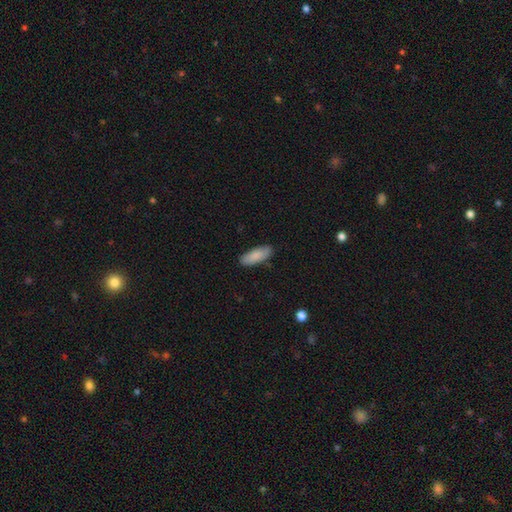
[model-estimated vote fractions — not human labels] Smooth or featured? smooth (87%)
How rounded? in between (75%)
Merging? none (86%)